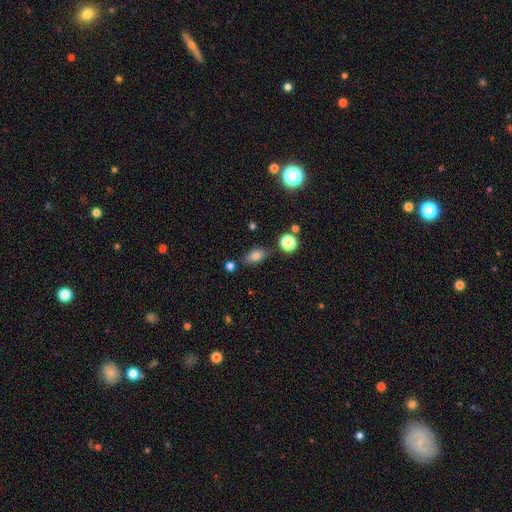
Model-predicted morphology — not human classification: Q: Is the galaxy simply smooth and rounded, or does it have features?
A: smooth — 79%.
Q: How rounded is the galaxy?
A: in between — 83%.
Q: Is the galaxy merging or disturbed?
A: none — 77%.